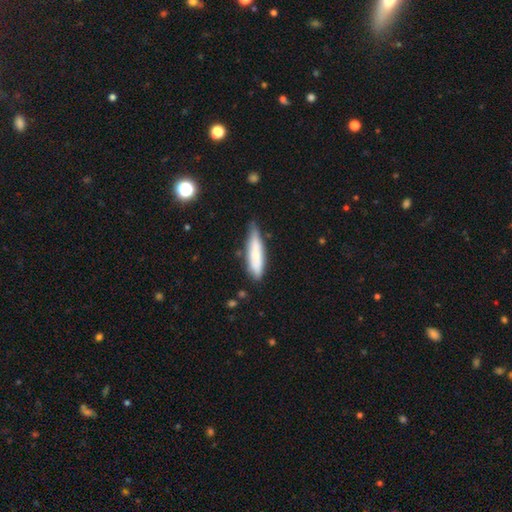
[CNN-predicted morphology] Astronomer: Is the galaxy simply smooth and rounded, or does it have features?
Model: smooth — 72%.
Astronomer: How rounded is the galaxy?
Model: cigar-shaped — 75%.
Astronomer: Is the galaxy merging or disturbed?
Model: none — 65%.